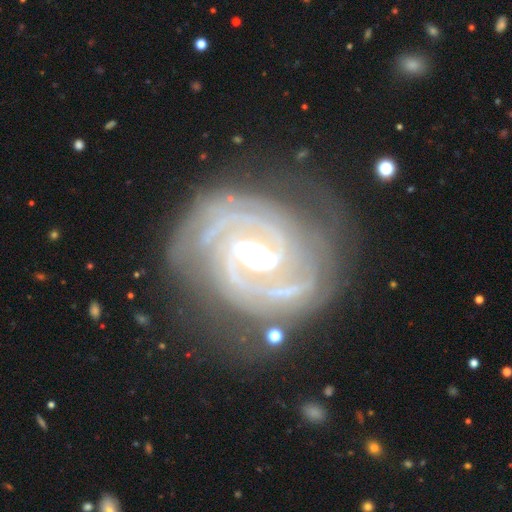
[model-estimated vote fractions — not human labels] This is clearly a featured or disk galaxy (92%). It is clearly not viewed edge-on (98%). Bar: possibly strong (47%). Spiral arm pattern: clearly yes (98%). Spiral arm count: likely 2 (63%). Spiral winding: likely tight (67%). Central bulge: possibly moderate (57%). Merging: likely none (72%).